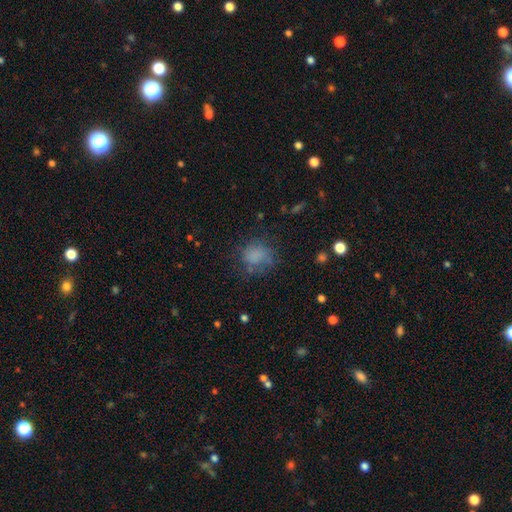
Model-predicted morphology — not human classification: A smooth galaxy with no disk features (73%) that is round (62%).

Vote fractions:
- Smooth or featured? smooth: 73% / star or artifact: 14% / featured or disk: 13%
- How rounded? round: 62% / in between: 37% / cigar-shaped: 1%
- Merging? none: 56% / minor disturbance: 23% / major disturbance: 18% / merger: 3%